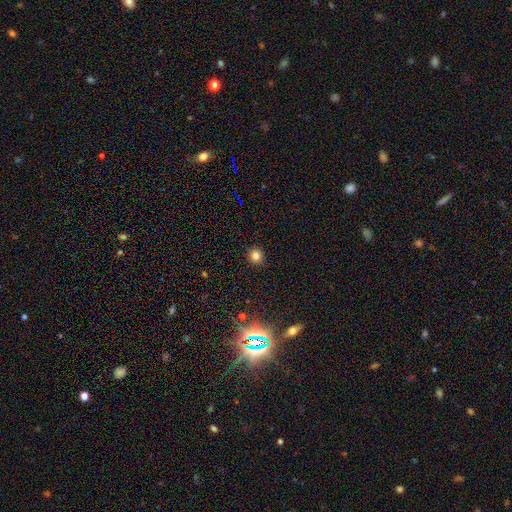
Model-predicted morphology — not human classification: smooth-or-featured: smooth: 80% | star or artifact: 15% | featured or disk: 5%
  how-rounded: round: 92% | in between: 7% | cigar-shaped: 1%
  merging: none: 91% | minor disturbance: 6% | major disturbance: 2% | merger: 1%